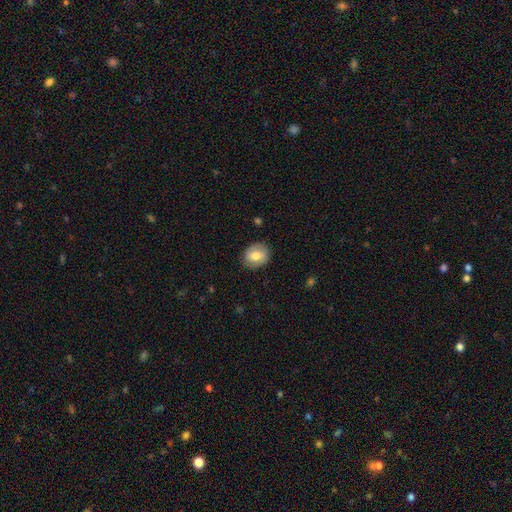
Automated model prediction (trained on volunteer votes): Overall: smooth (68%). How rounded: round (52%; in between 47%). Merging: none (82%).